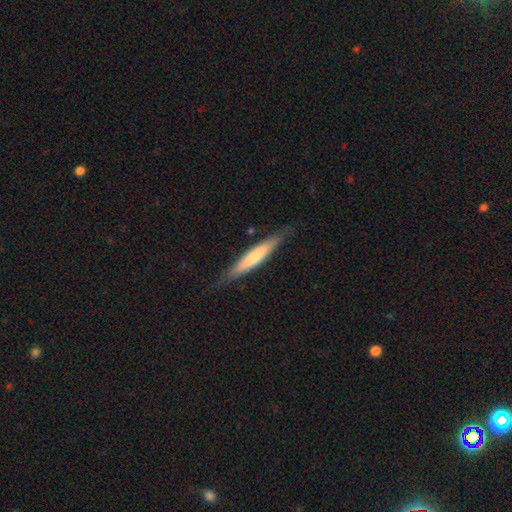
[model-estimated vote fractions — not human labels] Morphology: type=smooth (56%); roundness=cigar-shaped (93%); merging=none (84%).